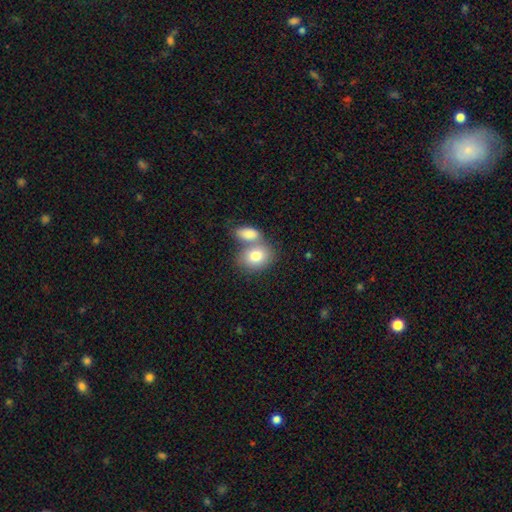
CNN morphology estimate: The model was most divided on "merging": merger: 48%, none: 39%, minor disturbance: 9%, major disturbance: 4%. More confident: smooth or featured — smooth (79%); how rounded — in between (61%).